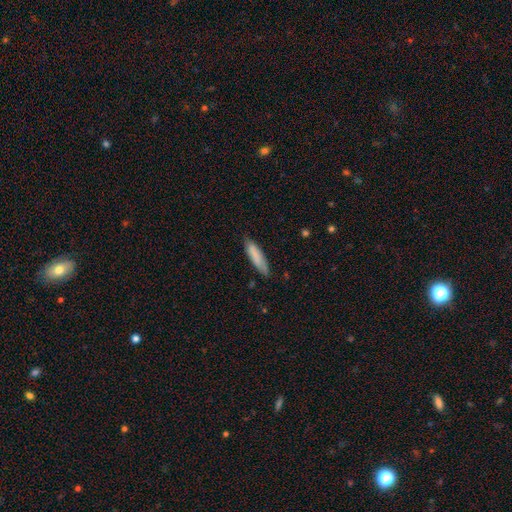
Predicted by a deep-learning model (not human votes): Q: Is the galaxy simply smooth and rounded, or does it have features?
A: smooth — 82%.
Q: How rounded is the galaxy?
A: cigar-shaped — 74%.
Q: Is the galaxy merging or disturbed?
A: none — 81%.